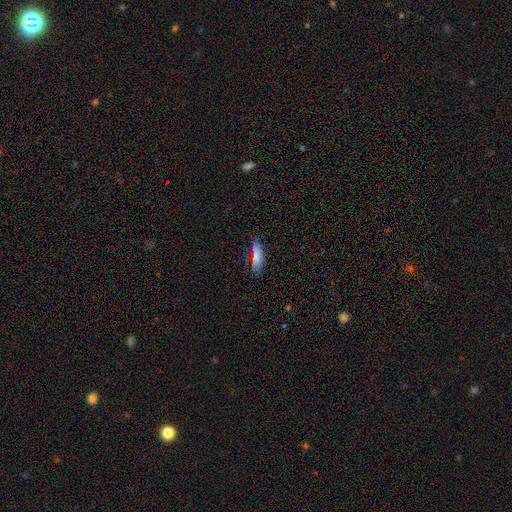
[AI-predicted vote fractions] smooth 77%, star or artifact 14%, featured or disk 9%. Down the decision tree: how rounded — in between (61%); merging — none (79%).